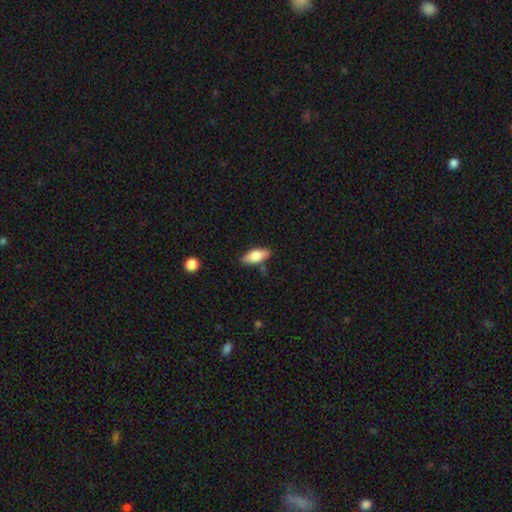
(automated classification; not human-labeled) Smooth or featured: smooth — 76% (featured or disk — 17%)
How rounded: in between — 76% (cigar-shaped — 21%)
Merging: none — 81% (minor disturbance — 13%)